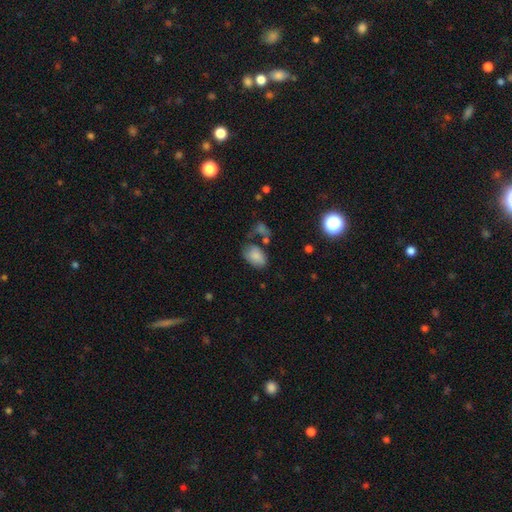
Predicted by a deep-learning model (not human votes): The model was most divided on "merging": none: 48%, minor disturbance: 25%, merger: 14%, major disturbance: 14%. More confident: how rounded — in between (89%); smooth or featured — smooth (80%).